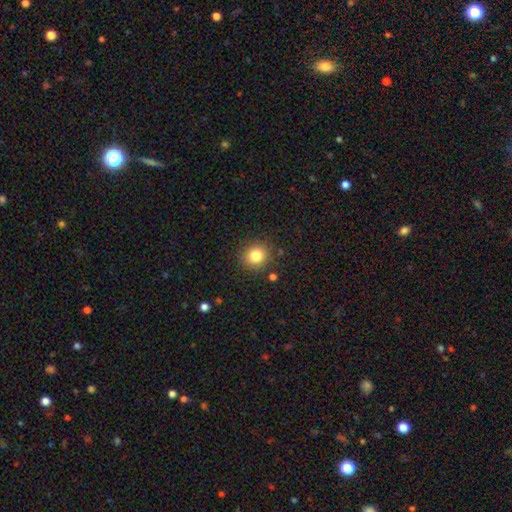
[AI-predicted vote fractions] The model was most divided on "smooth or featured": smooth: 82%, star or artifact: 11%, featured or disk: 7%. More confident: how rounded — round (89%); merging — none (87%).